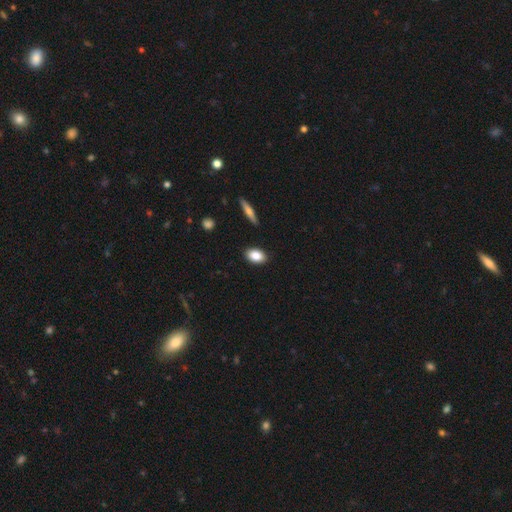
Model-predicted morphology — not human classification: type=smooth (85%); roundness=in between (88%); merging=none (88%).